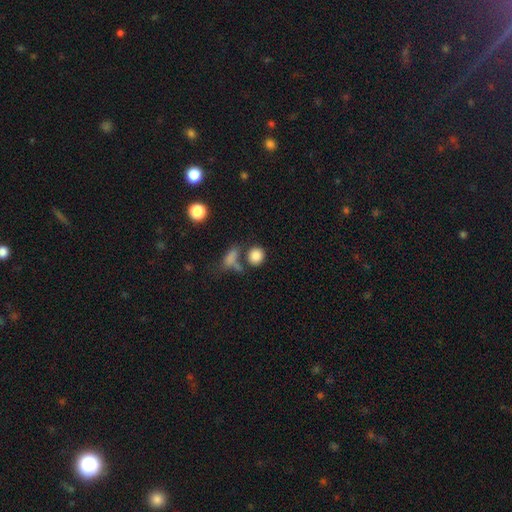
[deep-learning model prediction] This is clearly a smooth galaxy (84%). How rounded: likely round (77%). Merging: likely none (61%).